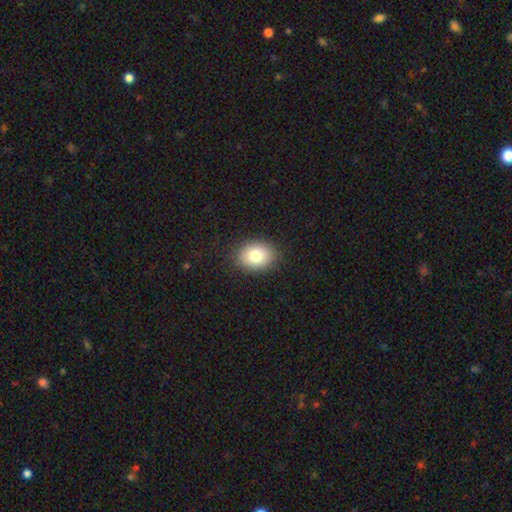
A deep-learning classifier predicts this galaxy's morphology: type=smooth (79%); roundness=in between (57%); merging=none (88%).